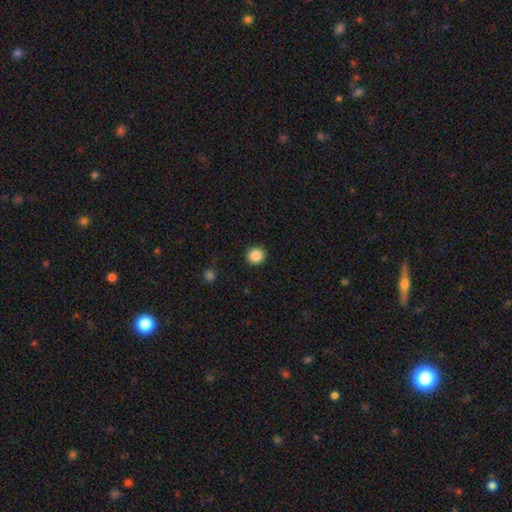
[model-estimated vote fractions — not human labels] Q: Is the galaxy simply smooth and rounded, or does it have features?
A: smooth — 86%.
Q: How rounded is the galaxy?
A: round — 92%.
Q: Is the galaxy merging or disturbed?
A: none — 92%.